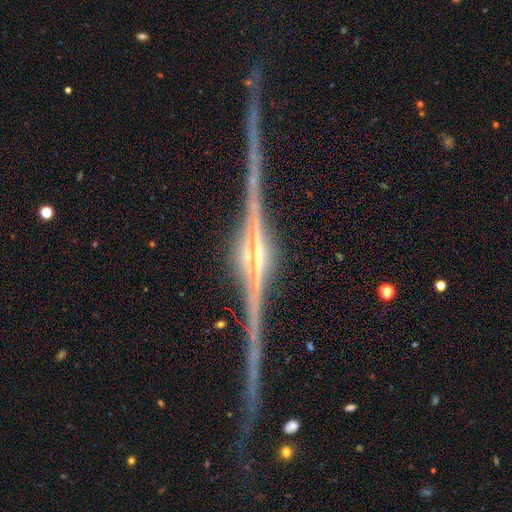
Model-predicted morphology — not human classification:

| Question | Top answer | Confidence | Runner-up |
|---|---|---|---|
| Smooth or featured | featured or disk | 91% | star or artifact (6%) |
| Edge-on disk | yes | 98% | no (2%) |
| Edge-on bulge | rounded | 68% | boxy (24%) |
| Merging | none | 88% | minor disturbance (8%) |